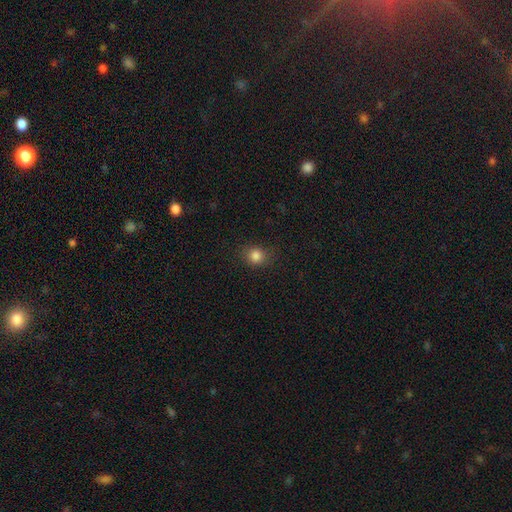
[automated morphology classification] smooth 83%, star or artifact 12%, featured or disk 5%. Down the decision tree: how rounded — round (70%); merging — none (82%).